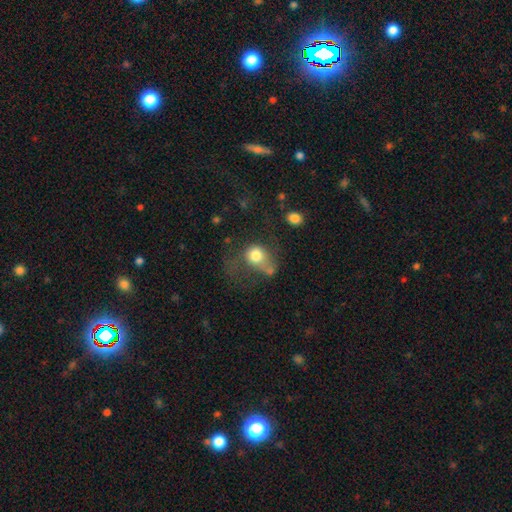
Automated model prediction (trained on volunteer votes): Overall: smooth (71%). How rounded: round (61%; in between 37%). Merging: major disturbance (43%; none 22%).